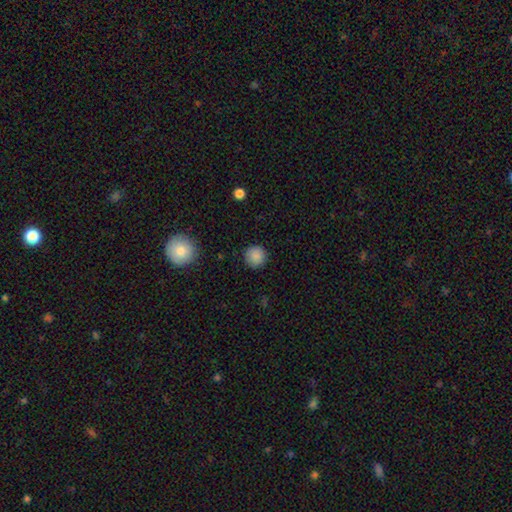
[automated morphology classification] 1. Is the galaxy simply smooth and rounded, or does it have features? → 87% smooth, 10% star or artifact, 3% featured or disk.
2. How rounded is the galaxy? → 94% round, 5% in between, 1% cigar-shaped.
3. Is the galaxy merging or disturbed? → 90% none, 7% minor disturbance, 2% major disturbance, 1% merger.